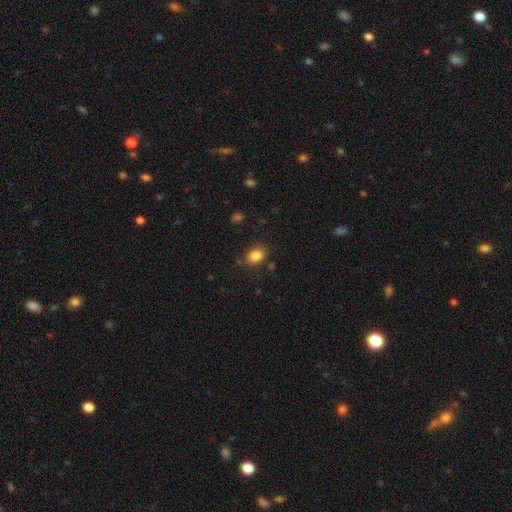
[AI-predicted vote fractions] smooth_or_featured: smooth (p=0.84) [alt: star or artifact p=0.10]
how_rounded: in between (p=0.71) [alt: round p=0.28]
merging: none (p=0.82) [alt: minor disturbance p=0.12]